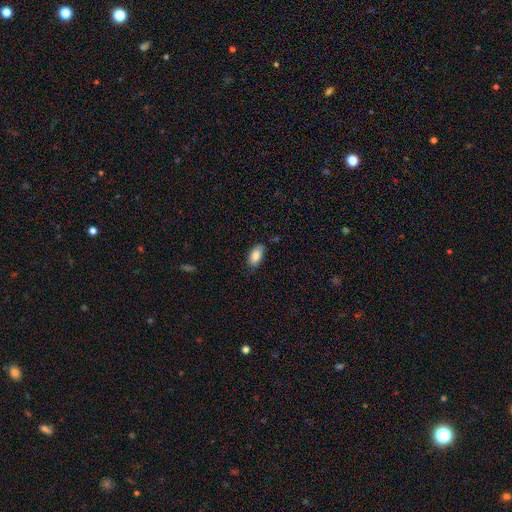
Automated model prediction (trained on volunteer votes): A smooth galaxy with no disk features (86%) that is in between round and cigar-shaped (93%).

Vote fractions:
- Smooth or featured? smooth: 86% / featured or disk: 7% / star or artifact: 7%
- How rounded? in between: 93% / cigar-shaped: 4% / round: 3%
- Merging? none: 77% / minor disturbance: 18% / major disturbance: 3% / merger: 2%